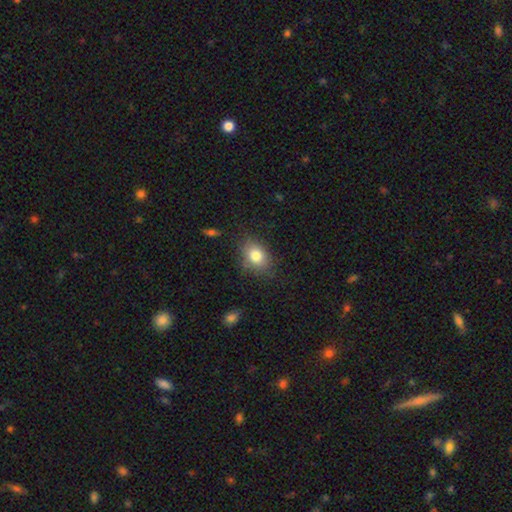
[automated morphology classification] This is clearly a smooth galaxy (80%). How rounded: likely in between (69%). Merging: likely none (77%).